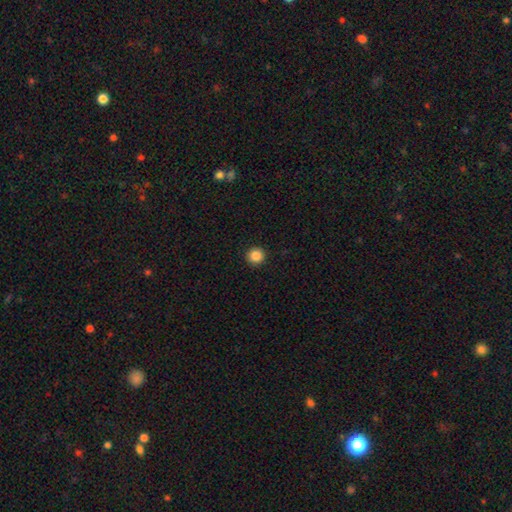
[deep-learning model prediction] Smooth or featured? smooth (86%)
How rounded? round (95%)
Merging? none (93%)